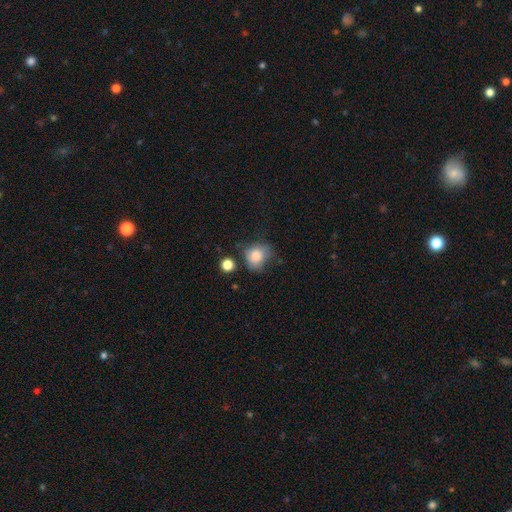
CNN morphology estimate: This appears to be a smooth galaxy with no disk features (79%) that is round (65%). Merging: none (50%).